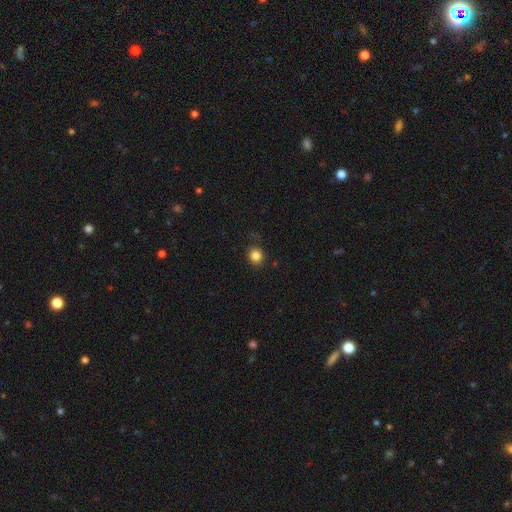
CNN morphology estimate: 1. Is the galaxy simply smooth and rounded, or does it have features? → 84% smooth, 12% star or artifact, 5% featured or disk.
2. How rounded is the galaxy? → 83% round, 16% in between, 1% cigar-shaped.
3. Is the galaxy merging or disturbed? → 87% none, 10% minor disturbance, 2% major disturbance, 1% merger.